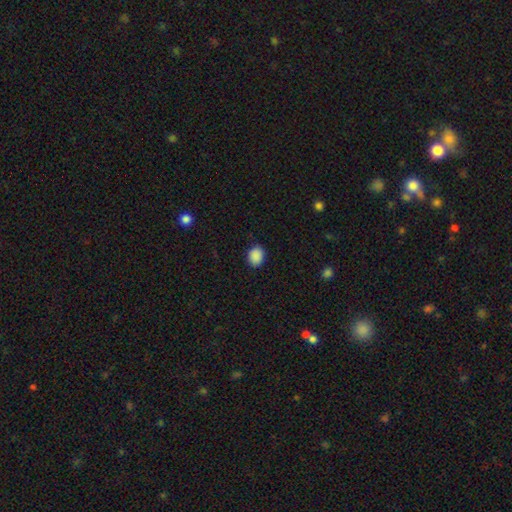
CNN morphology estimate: This is clearly a smooth galaxy (89%). How rounded: possibly in between (59%). Merging: clearly none (87%).